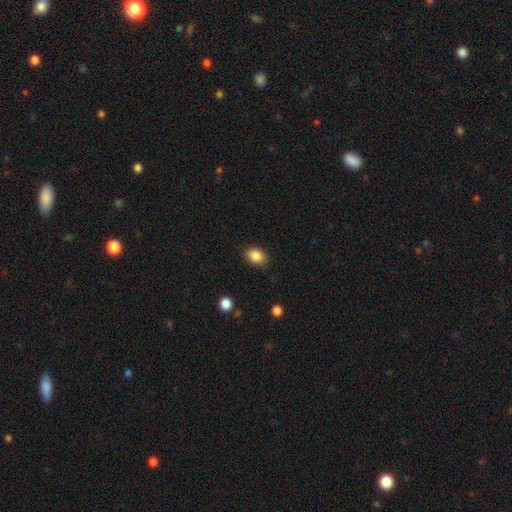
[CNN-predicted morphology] Smooth or featured?
  - smooth: 86% *
  - star or artifact: 9%
  - featured or disk: 4%
How rounded?
  - in between: 58% *
  - round: 41%
  - cigar-shaped: 1%
Merging?
  - none: 85% *
  - minor disturbance: 11%
  - major disturbance: 3%
  - merger: 1%